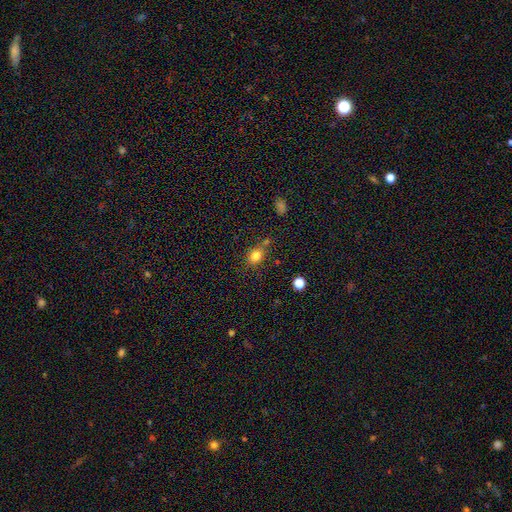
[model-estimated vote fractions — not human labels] Smooth or featured?
  - smooth: 80% *
  - star or artifact: 12%
  - featured or disk: 7%
How rounded?
  - round: 54% *
  - in between: 45%
  - cigar-shaped: 1%
Merging?
  - none: 69% *
  - minor disturbance: 15%
  - merger: 11%
  - major disturbance: 4%